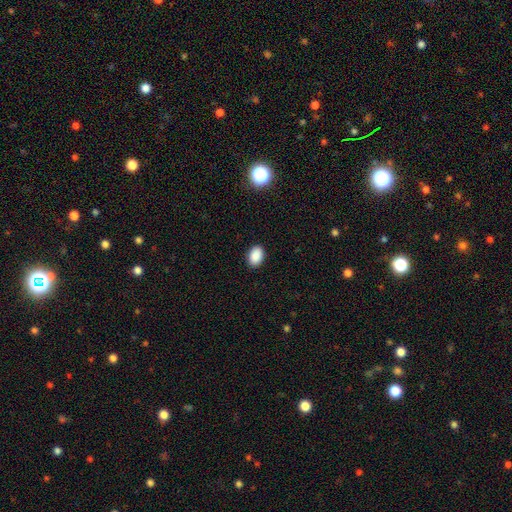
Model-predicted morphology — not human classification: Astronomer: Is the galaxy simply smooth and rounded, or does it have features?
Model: smooth — 89%.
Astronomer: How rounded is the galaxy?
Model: in between — 85%.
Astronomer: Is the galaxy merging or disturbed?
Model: none — 90%.